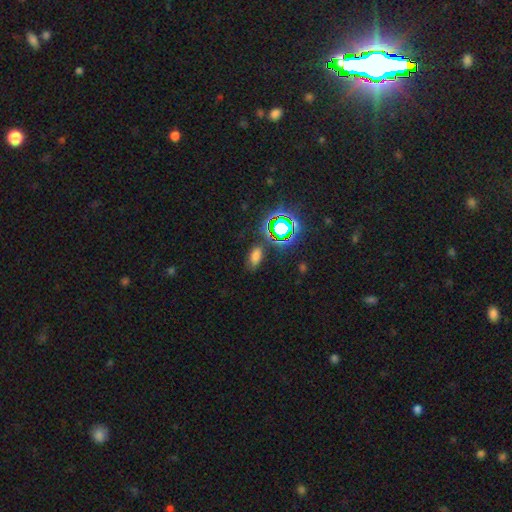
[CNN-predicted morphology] Smooth or featured? Predicted: smooth (p=0.62). How rounded? Predicted: in between (p=0.86). Merging? Predicted: none (p=0.75).